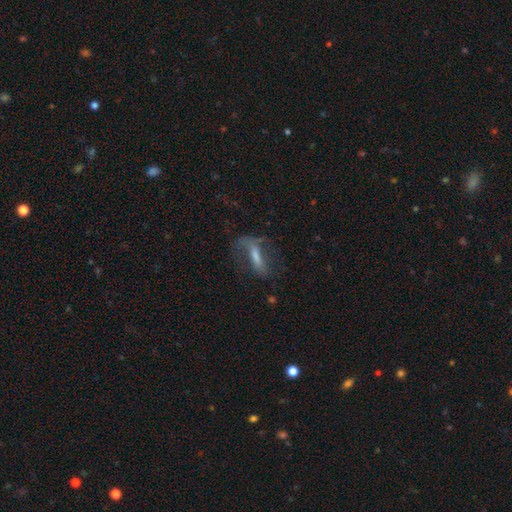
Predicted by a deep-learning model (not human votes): This is possibly a featured or disk galaxy (59%). It is likely not viewed edge-on (74%). Merging: possibly none (55%).